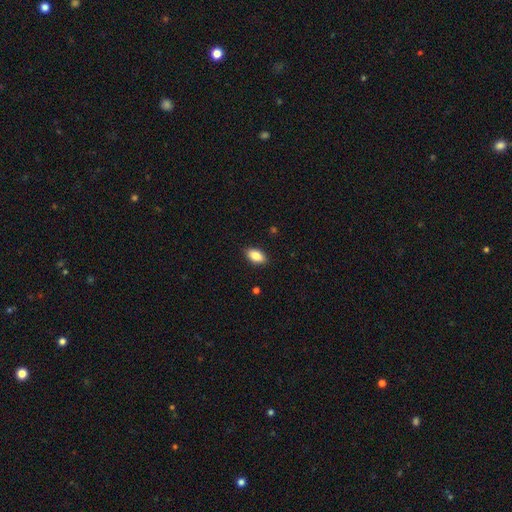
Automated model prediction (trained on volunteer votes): The model was most divided on "smooth or featured": smooth: 85%, featured or disk: 8%, star or artifact: 7%. More confident: how rounded — in between (91%); merging — none (89%).